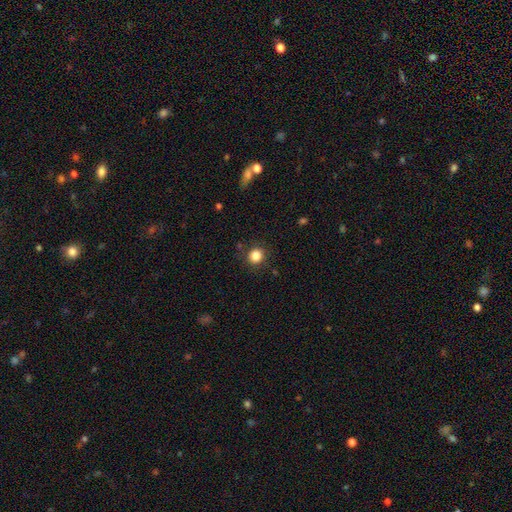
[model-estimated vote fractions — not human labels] smooth 84%, star or artifact 12%, featured or disk 4%. Down the decision tree: how rounded — round (89%); merging — none (88%).